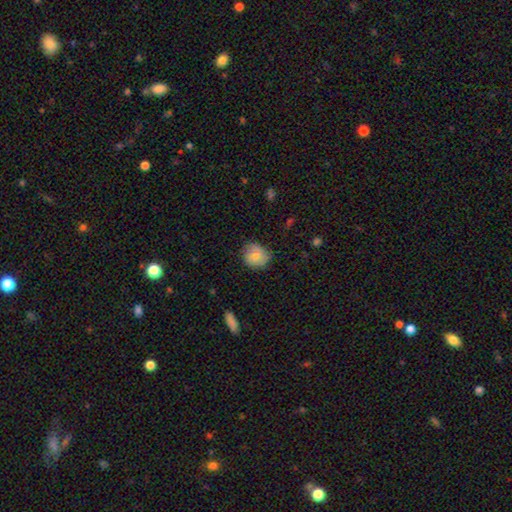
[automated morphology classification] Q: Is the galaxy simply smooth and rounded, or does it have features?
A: smooth — 80%.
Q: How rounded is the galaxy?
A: round — 82%.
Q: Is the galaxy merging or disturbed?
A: none — 71%.